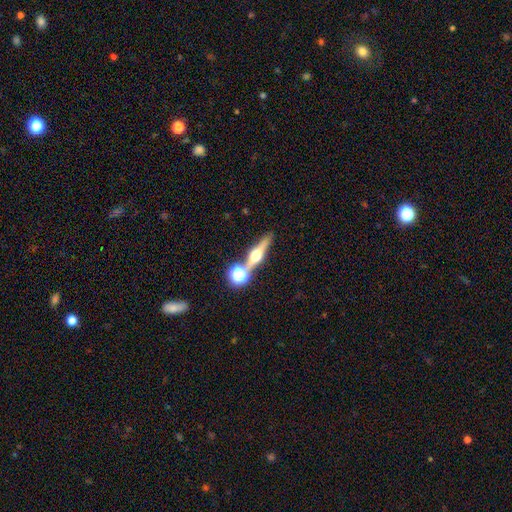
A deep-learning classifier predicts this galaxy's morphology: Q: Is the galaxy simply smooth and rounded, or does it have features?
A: featured or disk — 67%.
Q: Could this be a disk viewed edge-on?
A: yes — 94%.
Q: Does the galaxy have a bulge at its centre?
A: rounded — 96%.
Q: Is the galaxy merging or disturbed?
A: none — 73%.